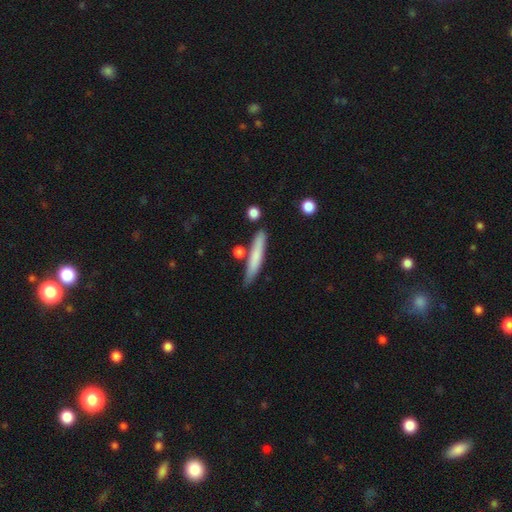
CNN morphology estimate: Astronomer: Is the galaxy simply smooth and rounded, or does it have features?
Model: smooth — 69%.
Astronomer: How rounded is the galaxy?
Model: cigar-shaped — 92%.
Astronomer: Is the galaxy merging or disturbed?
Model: none — 76%.